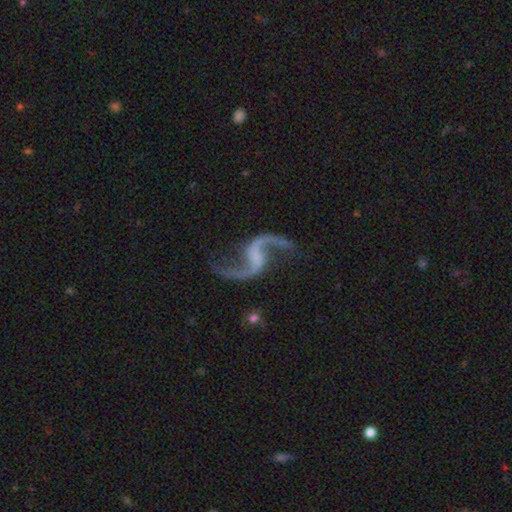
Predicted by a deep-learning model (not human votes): This is clearly a featured or disk galaxy (93%). It is clearly not viewed edge-on (98%). Bar: marginally weak (42%). Spiral arm pattern: clearly yes (98%). Spiral arm count: clearly 2 (95%). Spiral winding: clearly loose (88%). Central bulge: possibly none (53%). Merging: likely none (78%).